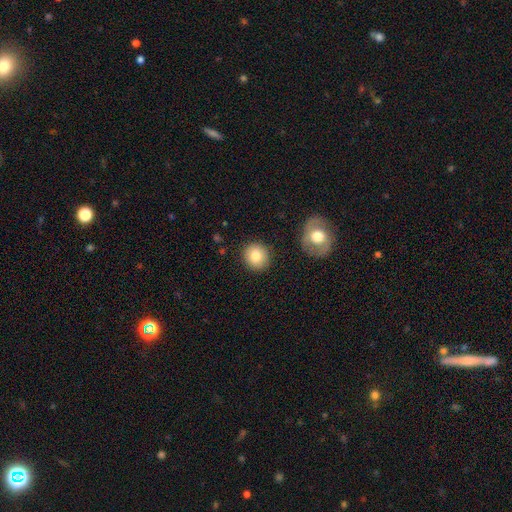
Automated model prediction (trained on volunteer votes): smooth_or_featured: smooth (p=0.81) [alt: featured or disk p=0.10]
how_rounded: round (p=0.89) [alt: in between p=0.10]
merging: none (p=0.89) [alt: minor disturbance p=0.07]